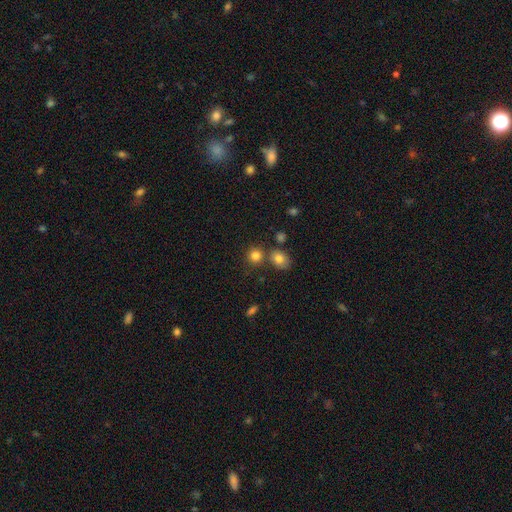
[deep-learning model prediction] Q: Smooth or featured?
A: smooth (81%); runner-up: star or artifact (12%)
Q: How rounded?
A: round (83%); runner-up: in between (16%)
Q: Merging?
A: none (66%); runner-up: merger (21%)